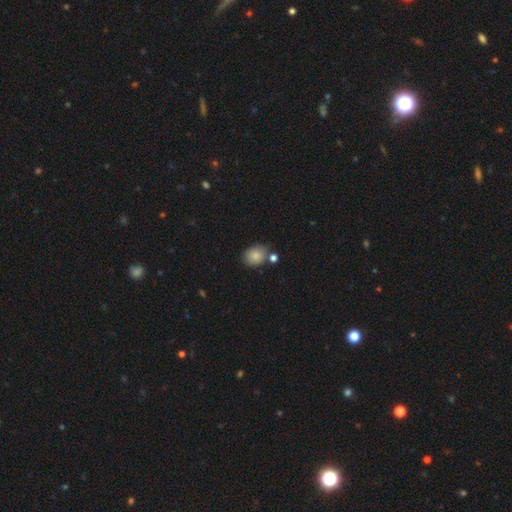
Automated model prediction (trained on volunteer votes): Smooth or featured? Predicted: smooth (p=0.85). How rounded? Predicted: in between (p=0.54). Merging? Predicted: none (p=0.69).